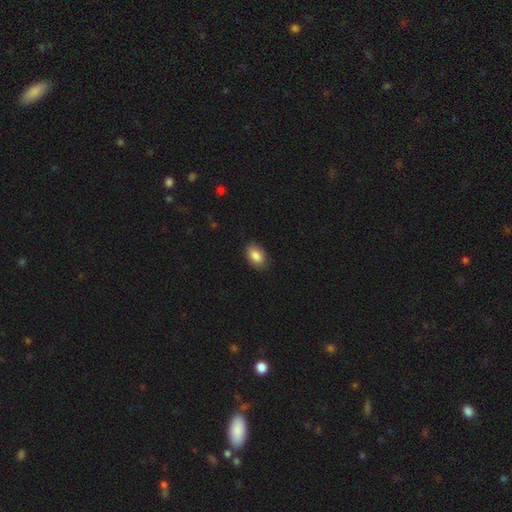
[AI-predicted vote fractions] smooth_or_featured: smooth (p=0.87) [alt: star or artifact p=0.07]
how_rounded: in between (p=0.91) [alt: round p=0.07]
merging: none (p=0.87) [alt: minor disturbance p=0.10]